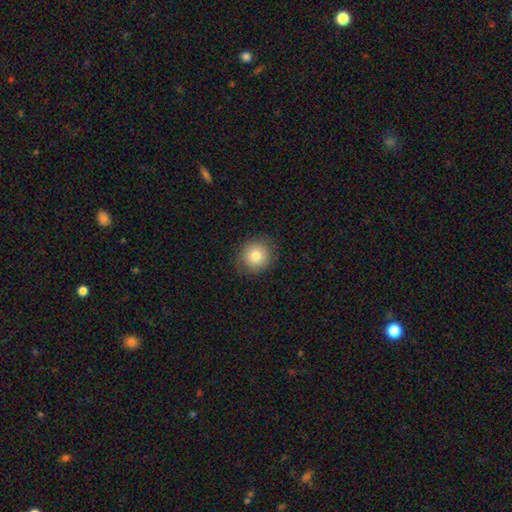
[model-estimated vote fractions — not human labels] A smooth galaxy with no disk features (78%) that is round (85%). Merging: none (83%).